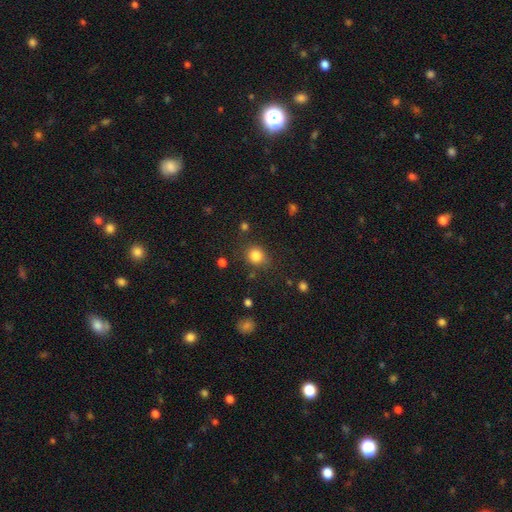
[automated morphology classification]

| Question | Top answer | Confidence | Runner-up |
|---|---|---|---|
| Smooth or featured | smooth | 83% | star or artifact (12%) |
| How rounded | round | 81% | in between (18%) |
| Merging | none | 80% | minor disturbance (12%) |